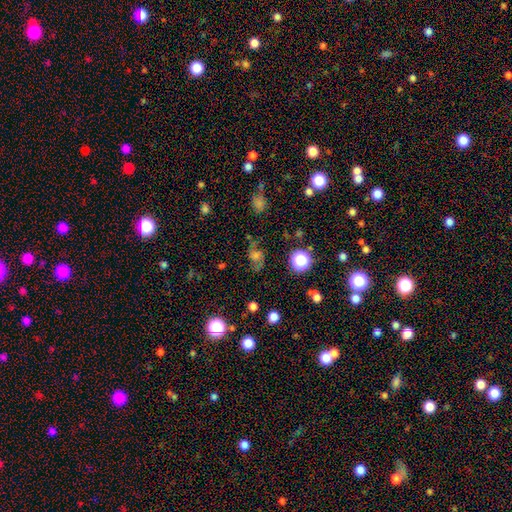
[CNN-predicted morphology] smooth 40%, featured or disk 31%, star or artifact 29%. Down the decision tree: merging — none (64%).